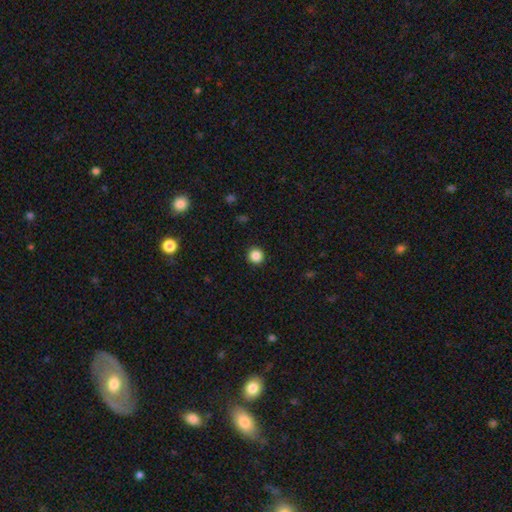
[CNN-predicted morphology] smooth-or-featured: smooth: 86% | star or artifact: 10% | featured or disk: 3%
  how-rounded: round: 95% | in between: 4% | cigar-shaped: 1%
  merging: none: 93% | minor disturbance: 5% | major disturbance: 2% | merger: 1%